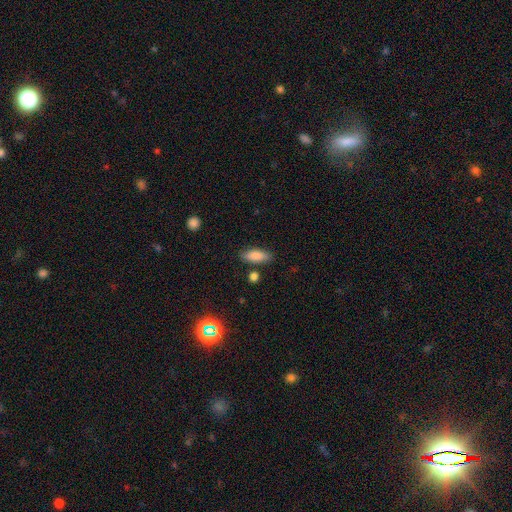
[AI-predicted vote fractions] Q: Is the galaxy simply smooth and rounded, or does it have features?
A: smooth — 84%.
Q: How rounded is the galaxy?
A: in between — 75%.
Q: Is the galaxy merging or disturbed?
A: none — 80%.